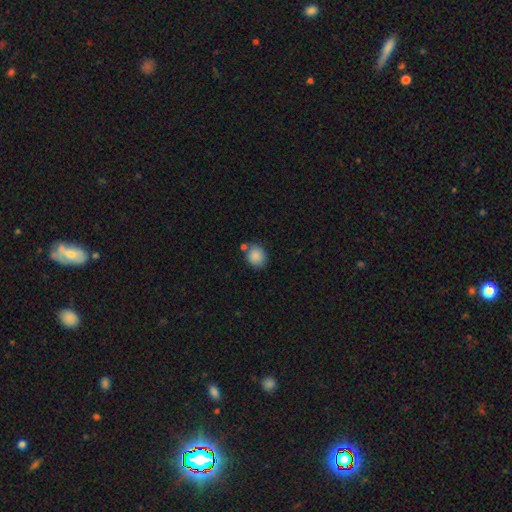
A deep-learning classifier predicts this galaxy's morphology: A smooth galaxy with no disk features (88%) that is round (70%).

Vote fractions:
- Smooth or featured? smooth: 88% / star or artifact: 8% / featured or disk: 4%
- How rounded? round: 70% / in between: 29% / cigar-shaped: 1%
- Merging? none: 71% / minor disturbance: 14% / merger: 12% / major disturbance: 3%